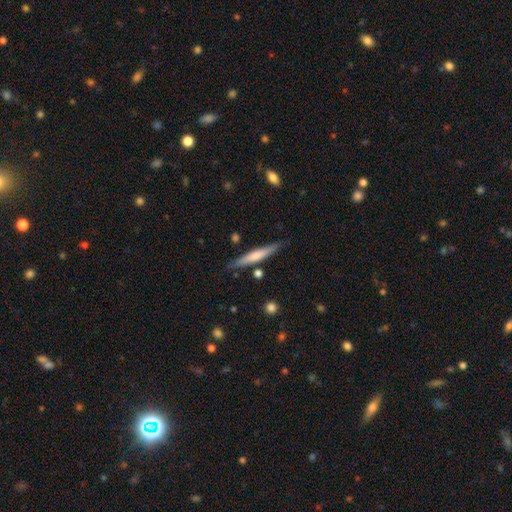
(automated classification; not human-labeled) Morphology: type=smooth (59%); roundness=cigar-shaped (94%); merging=none (84%).